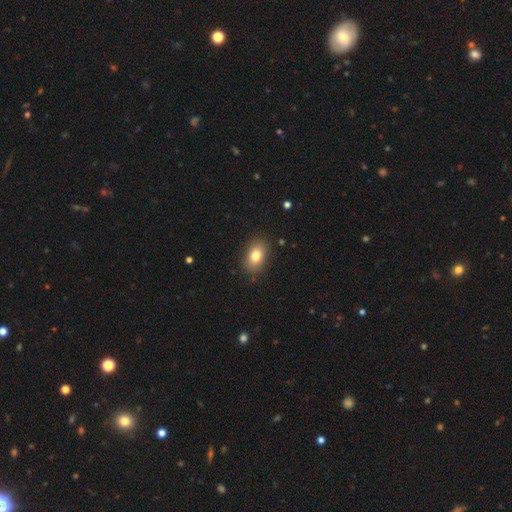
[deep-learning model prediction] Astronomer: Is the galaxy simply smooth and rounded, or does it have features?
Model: smooth — 81%.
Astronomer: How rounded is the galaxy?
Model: in between — 82%.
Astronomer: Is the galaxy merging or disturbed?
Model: none — 86%.